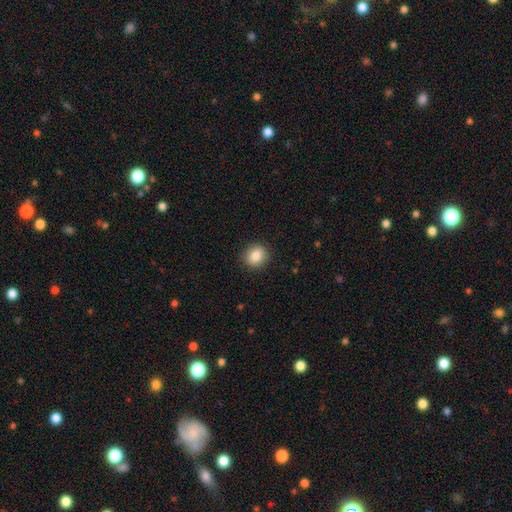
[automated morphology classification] A smooth galaxy with no disk features (86%) that is round (79%). Merging: none (90%).